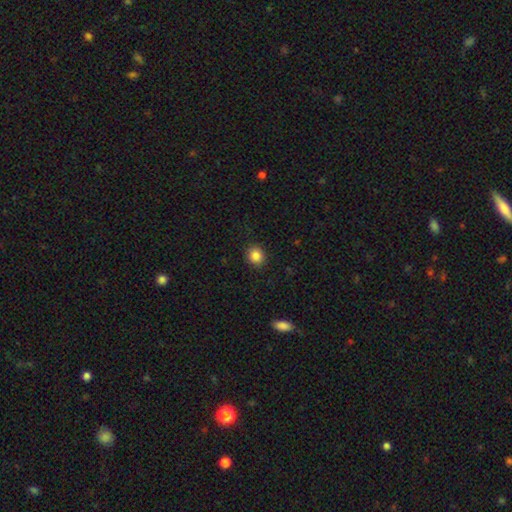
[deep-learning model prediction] The model was most divided on "how rounded": round: 83%, in between: 16%, cigar-shaped: 1%. More confident: merging — none (90%); smooth or featured — smooth (86%).